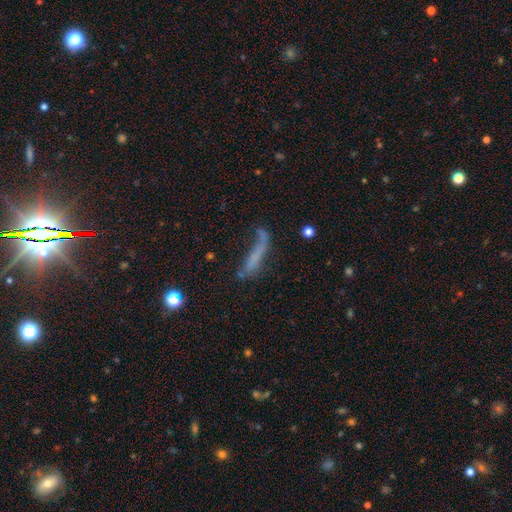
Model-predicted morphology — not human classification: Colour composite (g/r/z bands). It shows a smooth galaxy with no disk features (54%) that is cigar-shaped (78%). Merging: none (37%).